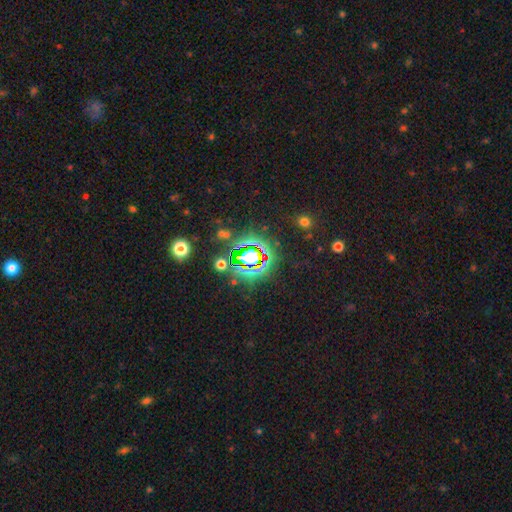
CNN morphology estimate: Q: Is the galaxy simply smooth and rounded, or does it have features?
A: star or artifact — 71%.